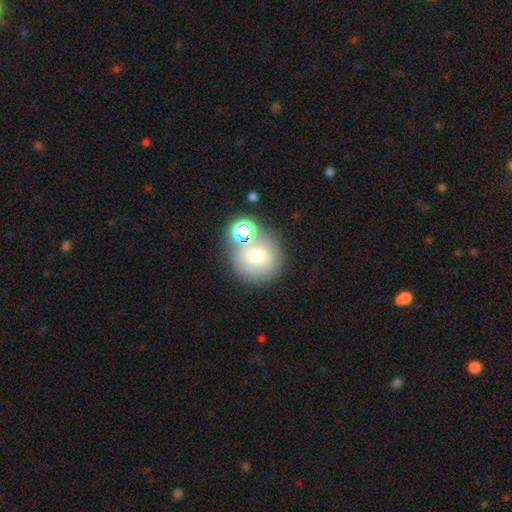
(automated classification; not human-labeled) smooth-or-featured: smooth: 65% | star or artifact: 17% | featured or disk: 17%
  how-rounded: round: 91% | in between: 8% | cigar-shaped: 1%
  merging: none: 61% | merger: 22% | minor disturbance: 11% | major disturbance: 5%